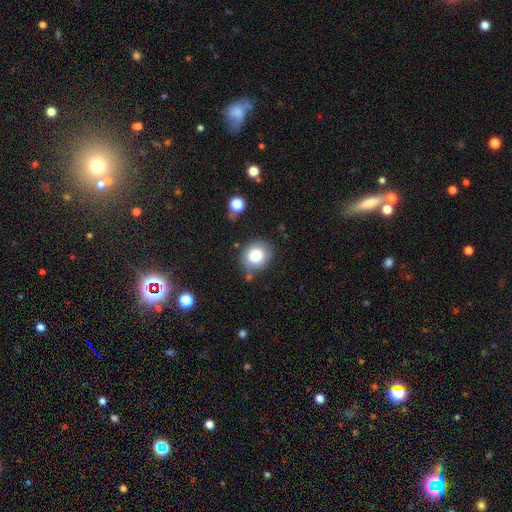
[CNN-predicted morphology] smooth 81%, featured or disk 10%, star or artifact 9%. Down the decision tree: how rounded — round (72%); merging — none (70%).